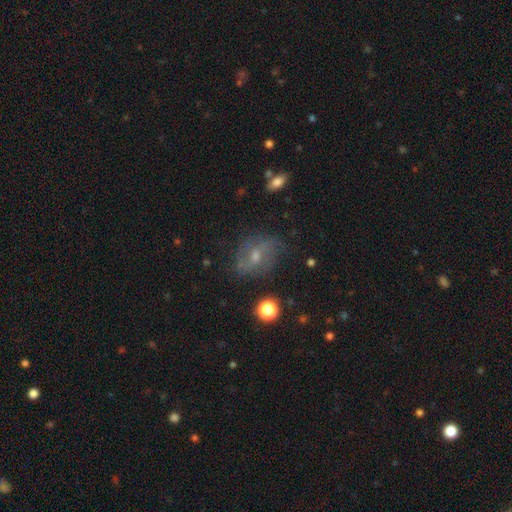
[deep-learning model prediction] A featured or disk galaxy (60%) with no bar (46%), spiral arms (79%) and a moderate central bulge (52%).

Vote fractions:
- Smooth or featured? featured or disk: 60% / smooth: 26% / star or artifact: 15%
- Edge-on disk? no: 95% / yes: 5%
- Bar? no: 46% / weak: 44% / strong: 11%
- Spiral arms? yes: 79% / no: 21%
- Bulge size? moderate: 52% / small: 40% / none: 4% / large: 3% / dominant: 1%
- Merging? none: 69% / minor disturbance: 20% / major disturbance: 9% / merger: 2%